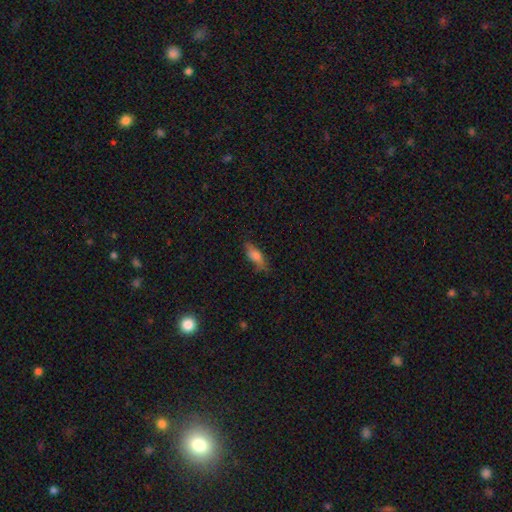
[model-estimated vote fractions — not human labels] Smooth or featured?
  - smooth: 74% *
  - featured or disk: 17%
  - star or artifact: 8%
How rounded?
  - in between: 64% *
  - cigar-shaped: 33%
  - round: 3%
Merging?
  - none: 69% *
  - minor disturbance: 24%
  - major disturbance: 6%
  - merger: 2%